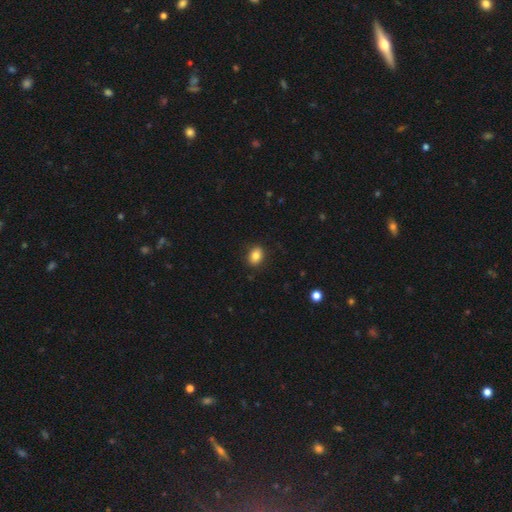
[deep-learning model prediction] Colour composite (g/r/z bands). It shows a smooth galaxy with no disk features (83%) that is in between round and cigar-shaped (67%). Merging: none (88%).